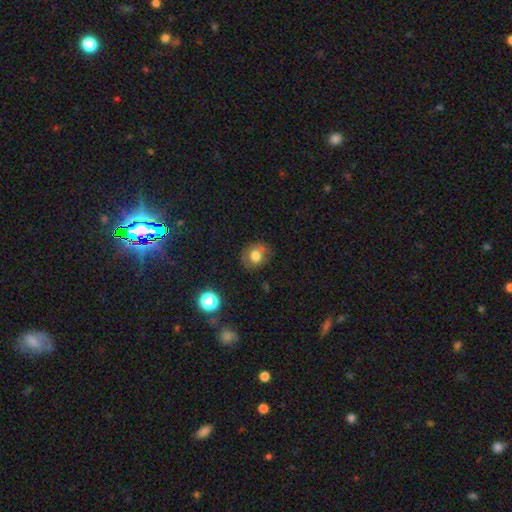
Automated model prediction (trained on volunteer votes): The model was most divided on "how rounded": round: 65%, in between: 34%, cigar-shaped: 1%. More confident: merging — none (75%); smooth or featured — smooth (74%).